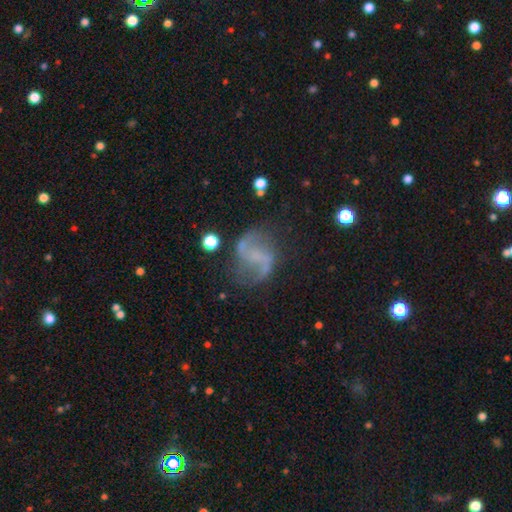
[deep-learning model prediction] Q: Smooth or featured?
A: featured or disk (79%); runner-up: smooth (12%)
Q: Edge-on disk?
A: no (98%); runner-up: yes (2%)
Q: Bar?
A: no (42%); runner-up: weak (39%)
Q: Spiral arms?
A: yes (91%); runner-up: no (9%)
Q: Spiral winding?
A: loose (66%); runner-up: medium (27%)
Q: Spiral arm count?
A: 2 (90%); runner-up: can't tell (4%)
Q: Bulge size?
A: none (58%); runner-up: small (32%)
Q: Merging?
A: none (67%); runner-up: minor disturbance (18%)